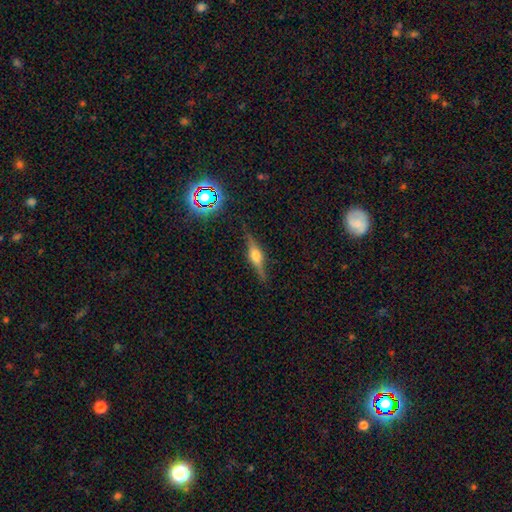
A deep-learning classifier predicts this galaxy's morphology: A featured or disk galaxy (73%) viewed edge-on (97%) with a rounded central bulge (89%). Merging: none (86%).